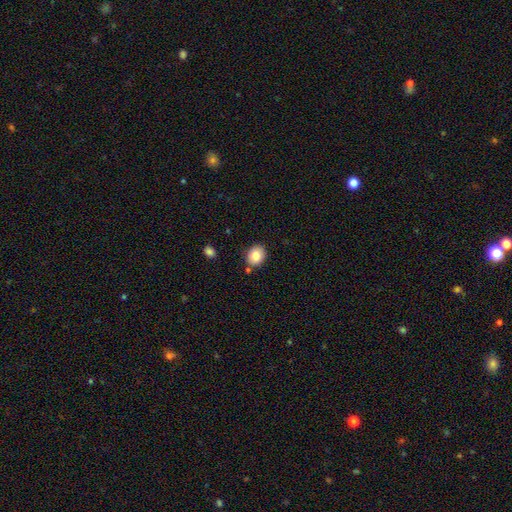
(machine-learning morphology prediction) Smooth or featured?
  - smooth: 82% *
  - featured or disk: 9%
  - star or artifact: 9%
How rounded?
  - round: 57% *
  - in between: 43%
  - cigar-shaped: 1%
Merging?
  - none: 83% *
  - minor disturbance: 10%
  - merger: 5%
  - major disturbance: 2%